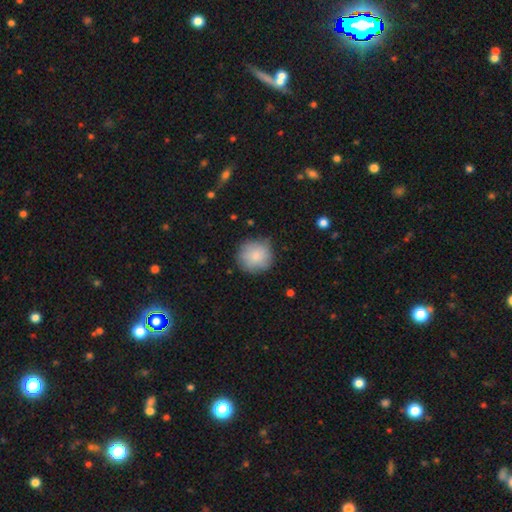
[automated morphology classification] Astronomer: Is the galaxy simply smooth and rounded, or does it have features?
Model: smooth — 83%.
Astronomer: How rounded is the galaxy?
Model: round — 93%.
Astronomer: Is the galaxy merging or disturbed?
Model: none — 78%.